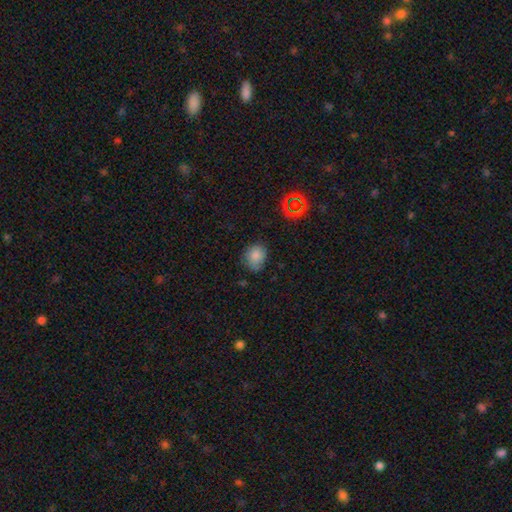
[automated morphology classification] The model was most divided on "how rounded": round: 51%, in between: 48%, cigar-shaped: 1%. More confident: smooth or featured — smooth (80%); merging — none (66%).